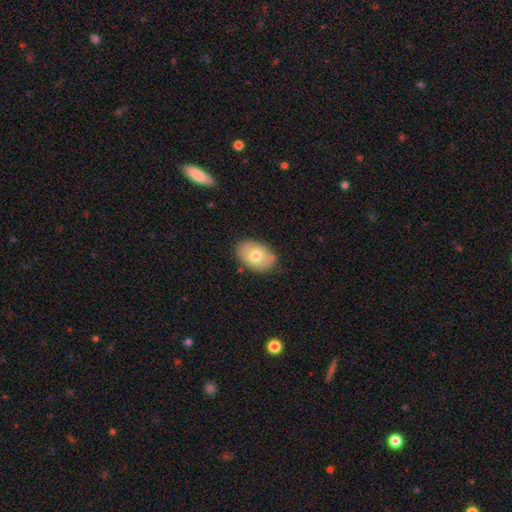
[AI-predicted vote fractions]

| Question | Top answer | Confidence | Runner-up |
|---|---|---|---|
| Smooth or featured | smooth | 70% | featured or disk (23%) |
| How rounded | in between | 85% | round (14%) |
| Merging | none | 81% | minor disturbance (15%) |